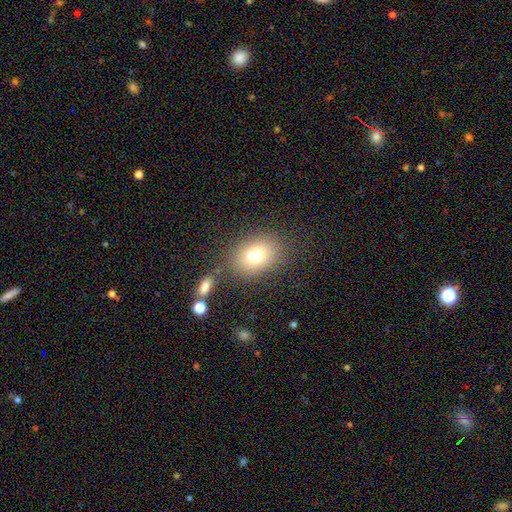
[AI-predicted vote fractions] Smooth or featured: smooth — 74% (featured or disk — 13%)
How rounded: in between — 62% (round — 37%)
Merging: none — 74% (minor disturbance — 13%)